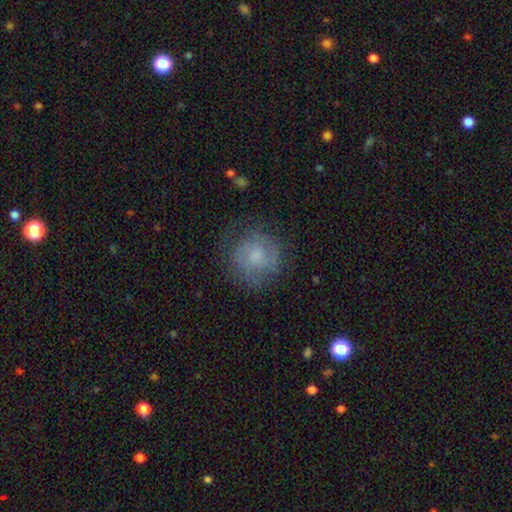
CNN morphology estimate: The model was most divided on "smooth or featured": smooth: 45%, featured or disk: 44%, star or artifact: 11%. More confident: merging — none (73%).